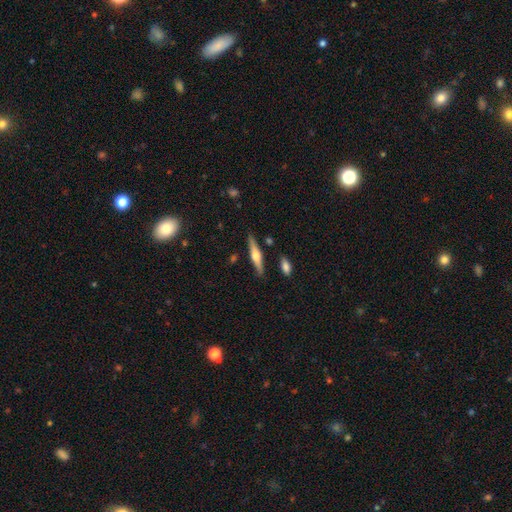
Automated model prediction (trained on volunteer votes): A featured or disk galaxy (62%) viewed edge-on (97%) with a rounded central bulge (90%).

Vote fractions:
- Smooth or featured? featured or disk: 62% / smooth: 32% / star or artifact: 6%
- Edge-on disk? yes: 97% / no: 3%
- Edge-on bulge? rounded: 90% / boxy: 7% / none: 3%
- Merging? none: 86% / minor disturbance: 9% / merger: 3% / major disturbance: 2%